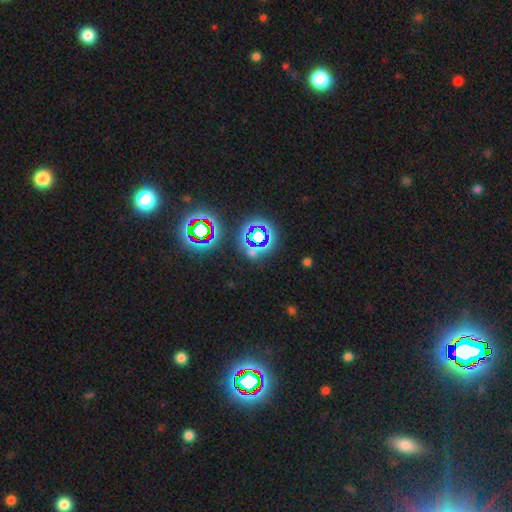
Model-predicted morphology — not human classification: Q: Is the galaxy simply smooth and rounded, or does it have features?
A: star or artifact — 70%.